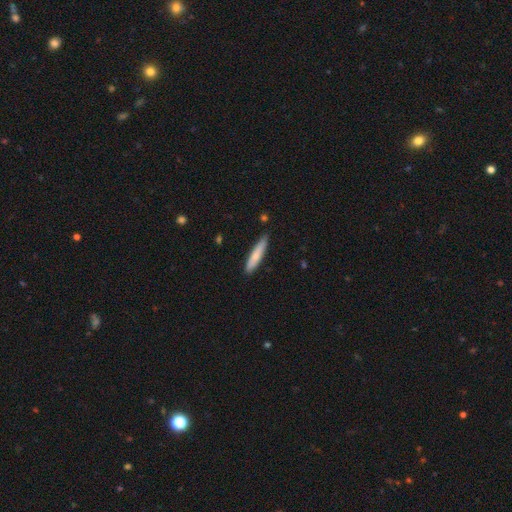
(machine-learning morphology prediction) This appears to be a smooth galaxy with no disk features (74%) that is cigar-shaped (85%). Merging: none (81%).